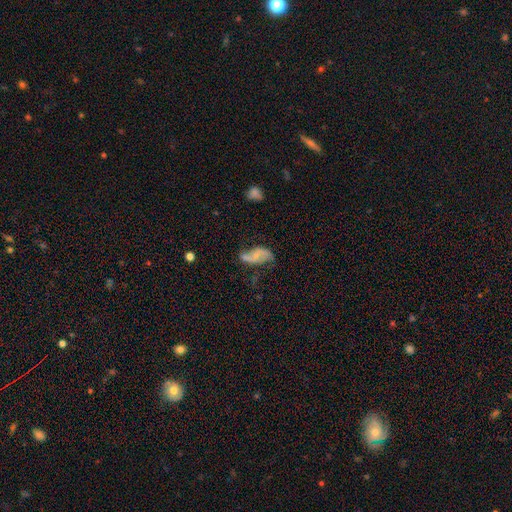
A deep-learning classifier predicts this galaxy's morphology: Smooth or featured: featured or disk — 67% (smooth — 25%)
Edge-on disk: no — 96% (yes — 4%)
Bar: no — 53% (weak — 35%)
Spiral arms: yes — 87% (no — 13%)
Spiral winding: loose — 64% (medium — 27%)
Spiral arm count: 2 — 87% (can't tell — 5%)
Bulge size: small — 57% (moderate — 22%)
Merging: none — 47% (minor disturbance — 27%)